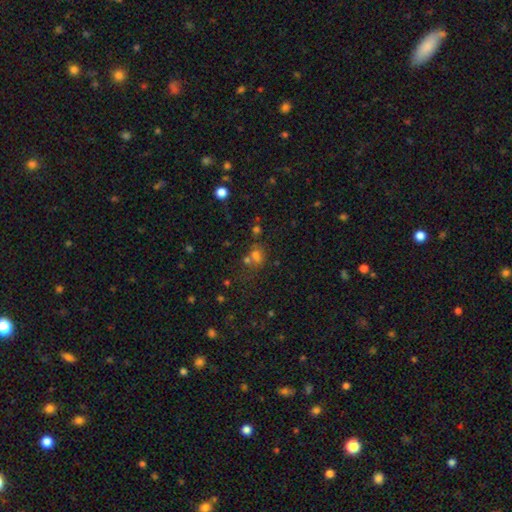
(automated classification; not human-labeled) This is likely a smooth galaxy (60%). How rounded: possibly round (54%). Merging: possibly none (47%).